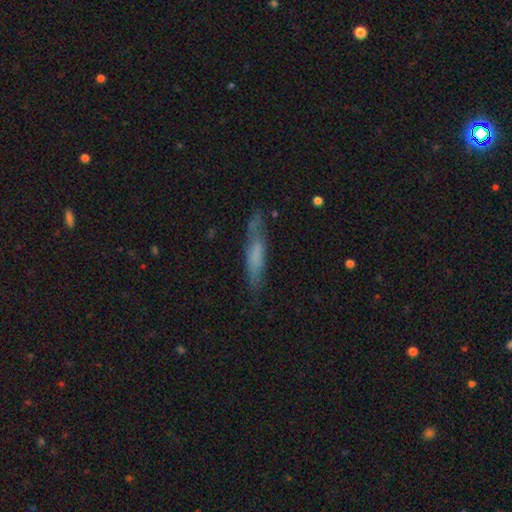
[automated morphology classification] type=smooth (52%); roundness=cigar-shaped (85%); merging=none (71%).